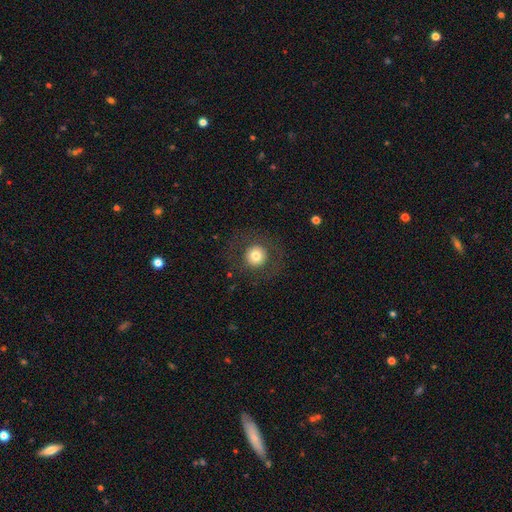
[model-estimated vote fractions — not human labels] This is likely a smooth galaxy (72%). How rounded: clearly round (94%). Merging: clearly none (84%).